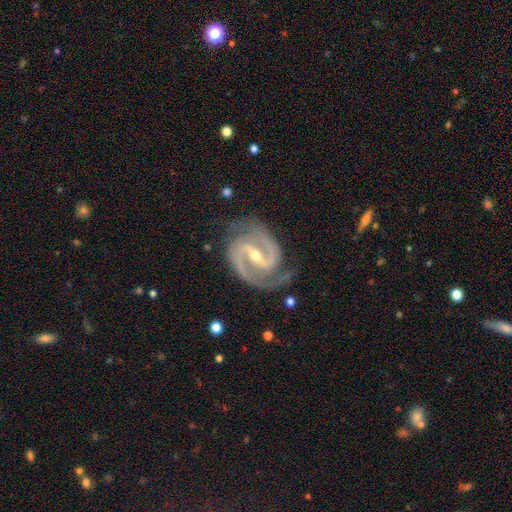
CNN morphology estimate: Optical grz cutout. It shows a featured or disk galaxy (94%) with a strong bar (55%), 2 (93%) medium (57%) spiral arms (99%) and a small central bulge (54%). Merging: none (78%).